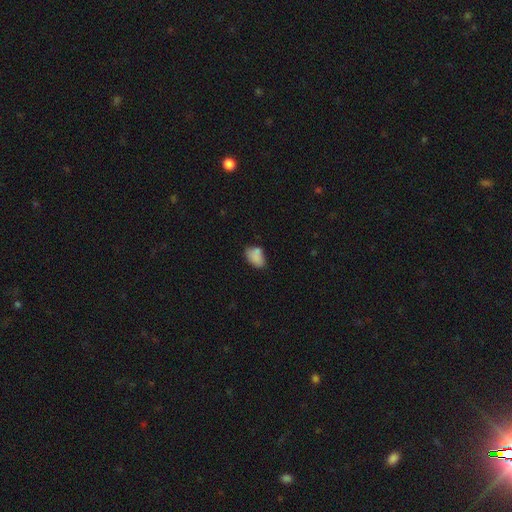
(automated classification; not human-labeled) smooth_or_featured: smooth (p=0.79) [alt: featured or disk p=0.12]
how_rounded: in between (p=0.86) [alt: round p=0.13]
merging: none (p=0.50) [alt: minor disturbance p=0.26]